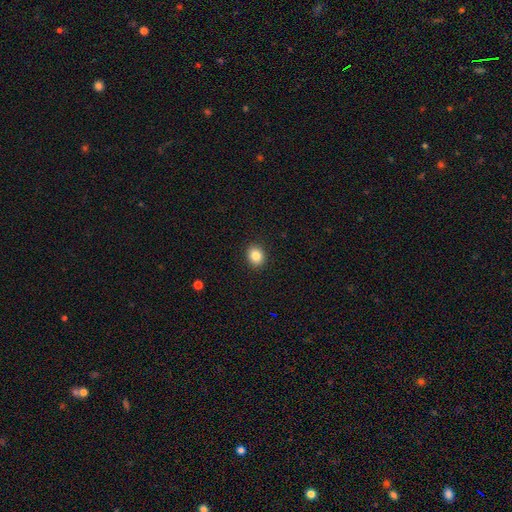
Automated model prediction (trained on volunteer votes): smooth-or-featured: smooth: 85% | star or artifact: 10% | featured or disk: 6%
  how-rounded: round: 64% | in between: 35% | cigar-shaped: 1%
  merging: none: 91% | minor disturbance: 6% | major disturbance: 2% | merger: 1%